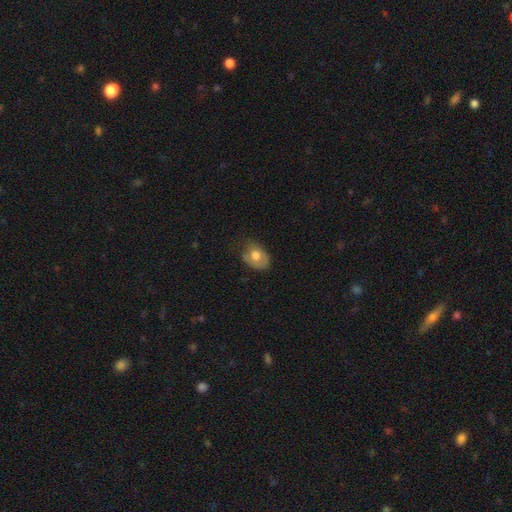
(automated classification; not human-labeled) This appears to be a smooth galaxy with no disk features (62%) that is in between round and cigar-shaped (71%). Merging: none (52%).